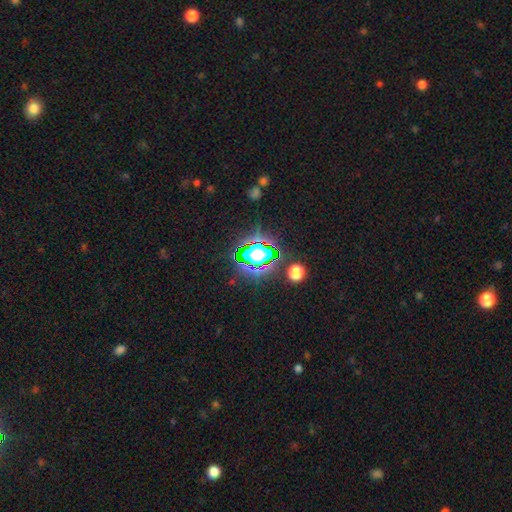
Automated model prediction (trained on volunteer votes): star or artifact 67%, smooth 21%, featured or disk 12%.